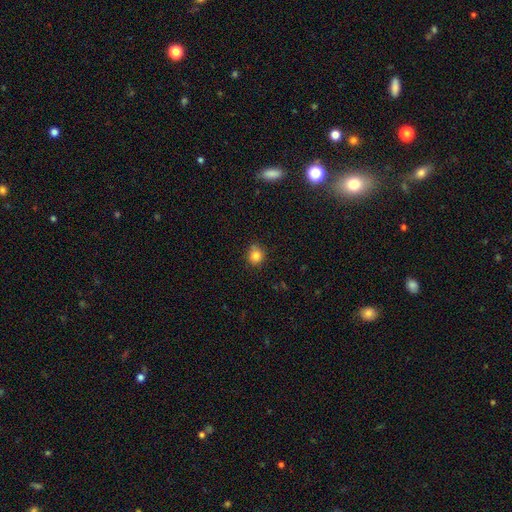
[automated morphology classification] Smooth or featured? smooth (82%)
How rounded? round (84%)
Merging? none (76%)